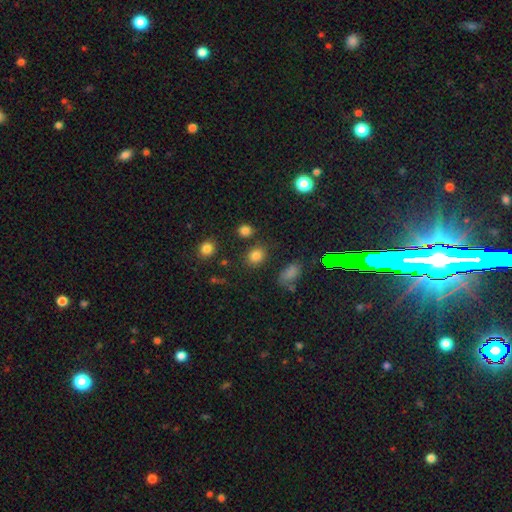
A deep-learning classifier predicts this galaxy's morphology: The model was most divided on "how rounded": round: 59%, in between: 40%, cigar-shaped: 1%. More confident: merging — none (81%); smooth or featured — smooth (81%).